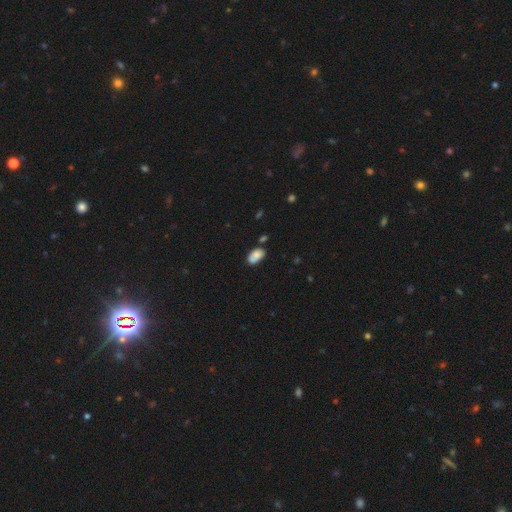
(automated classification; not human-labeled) smooth 81%, featured or disk 11%, star or artifact 8%. Down the decision tree: how rounded — in between (92%); merging — none (61%).